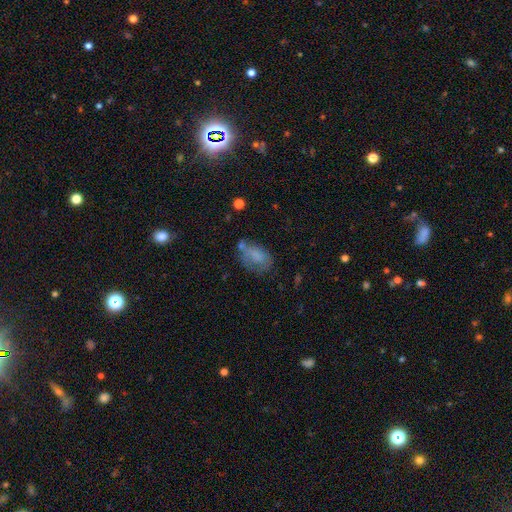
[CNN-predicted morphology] The model was most divided on "merging": none: 39%, minor disturbance: 29%, major disturbance: 20%, merger: 12%. More confident: how rounded — in between (84%); smooth or featured — smooth (68%).